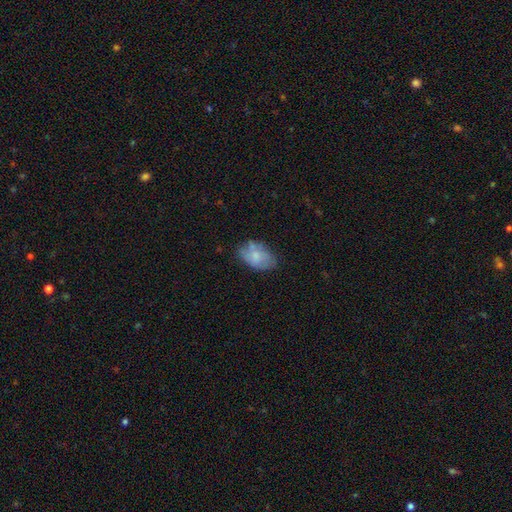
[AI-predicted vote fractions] smooth_or_featured: smooth (p=0.71) [alt: featured or disk p=0.22]
how_rounded: in between (p=0.90) [alt: round p=0.09]
merging: none (p=0.59) [alt: minor disturbance p=0.28]